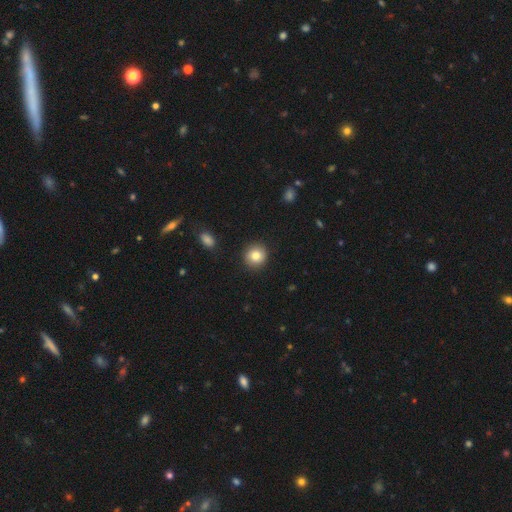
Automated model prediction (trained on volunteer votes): This is clearly a smooth galaxy (83%). How rounded: clearly round (90%). Merging: clearly none (91%).